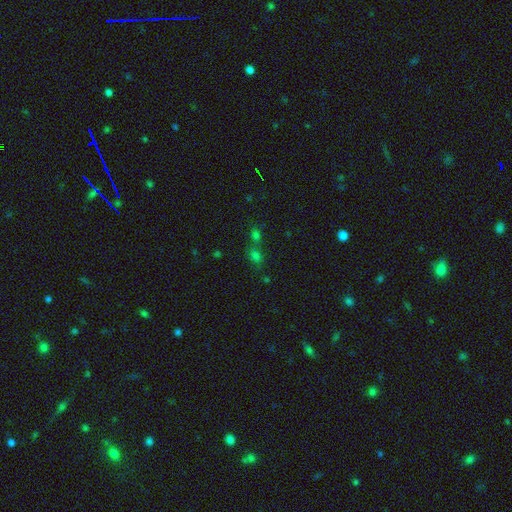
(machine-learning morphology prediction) type=smooth (53%); roundness=round (49%); merging=none (55%).